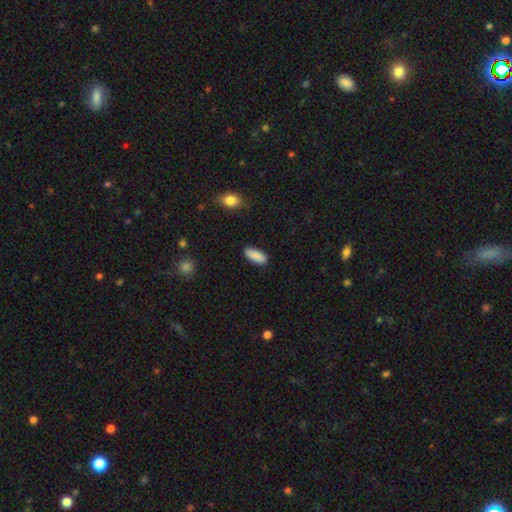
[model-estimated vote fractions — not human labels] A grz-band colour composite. It shows a smooth galaxy with no disk features (89%) that is in between round and cigar-shaped (77%). Merging: none (86%).